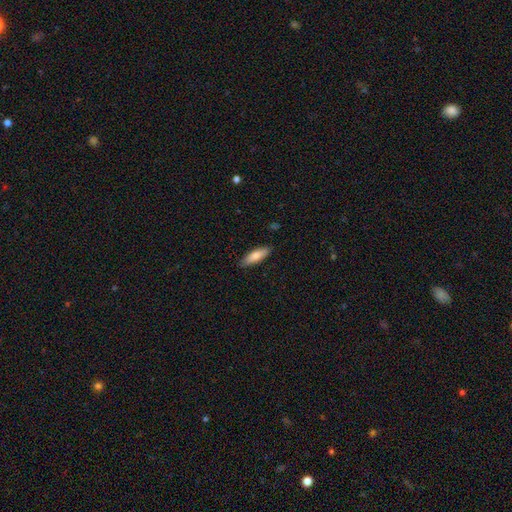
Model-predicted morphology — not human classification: Q: Smooth or featured?
A: smooth (77%); runner-up: featured or disk (18%)
Q: How rounded?
A: cigar-shaped (54%); runner-up: in between (44%)
Q: Merging?
A: none (87%); runner-up: minor disturbance (10%)